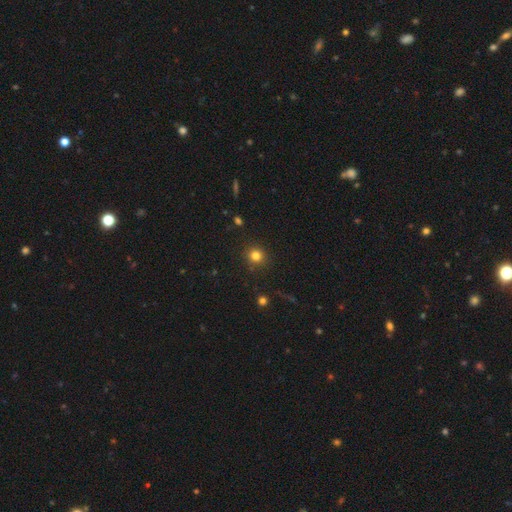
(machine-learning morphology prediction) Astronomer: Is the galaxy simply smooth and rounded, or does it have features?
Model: smooth — 80%.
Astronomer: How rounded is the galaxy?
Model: round — 92%.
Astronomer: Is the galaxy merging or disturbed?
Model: none — 89%.